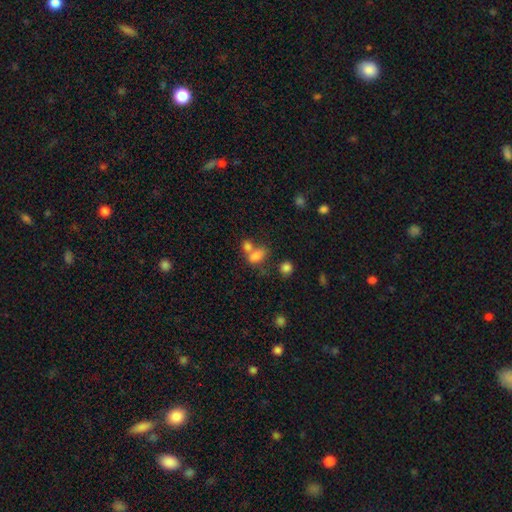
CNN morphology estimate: smooth 77%, star or artifact 12%, featured or disk 11%. Down the decision tree: how rounded — in between (79%); merging — merger (53%).